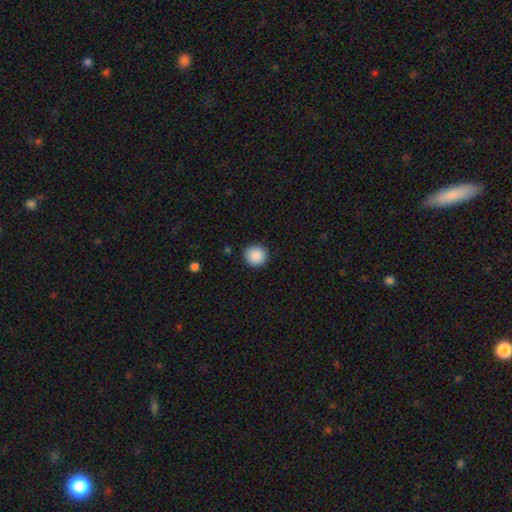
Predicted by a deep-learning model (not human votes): This appears to be a smooth galaxy with no disk features (89%) that is round (95%). Merging: none (91%).